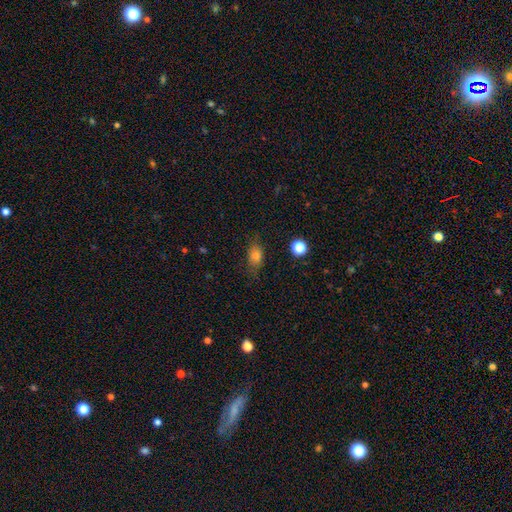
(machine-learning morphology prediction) type=smooth (74%); roundness=in between (71%); merging=none (74%).